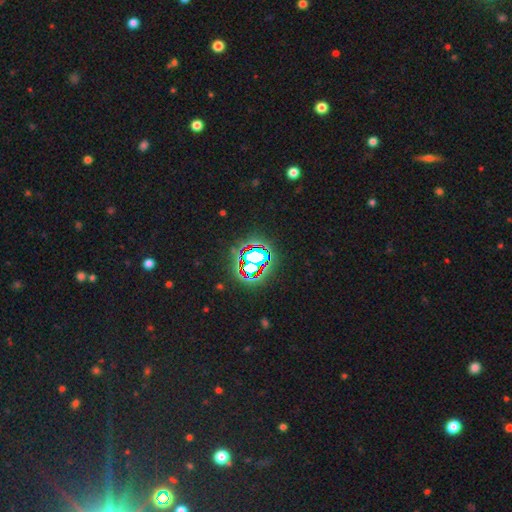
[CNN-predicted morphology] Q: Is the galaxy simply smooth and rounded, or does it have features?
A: star or artifact — 73%.